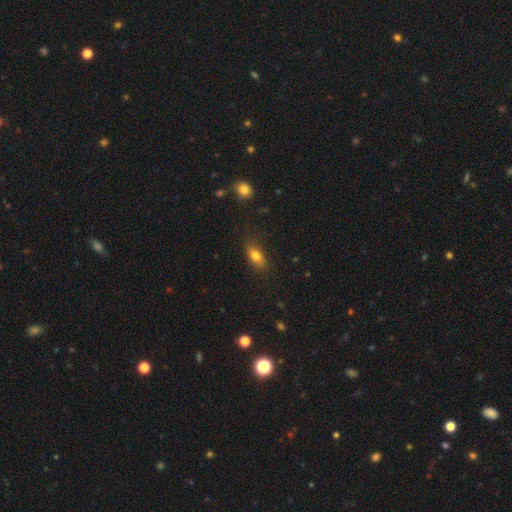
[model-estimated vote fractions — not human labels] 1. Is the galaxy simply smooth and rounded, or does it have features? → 76% smooth, 15% featured or disk, 9% star or artifact.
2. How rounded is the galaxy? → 78% in between, 16% cigar-shaped, 6% round.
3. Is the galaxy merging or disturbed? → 78% none, 16% minor disturbance, 4% major disturbance, 2% merger.